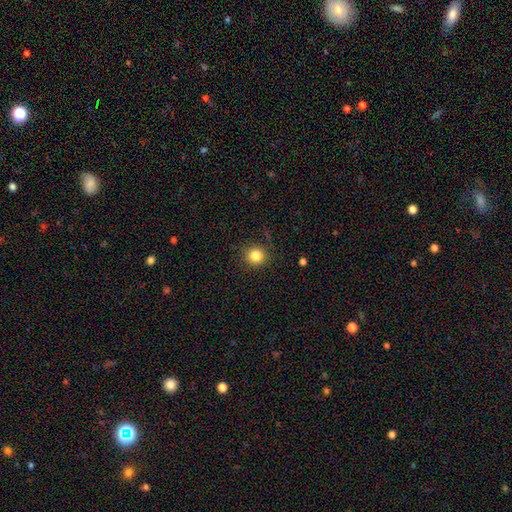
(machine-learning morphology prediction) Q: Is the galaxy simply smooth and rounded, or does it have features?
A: smooth — 83%.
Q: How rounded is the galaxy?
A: round — 92%.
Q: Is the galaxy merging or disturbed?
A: none — 88%.